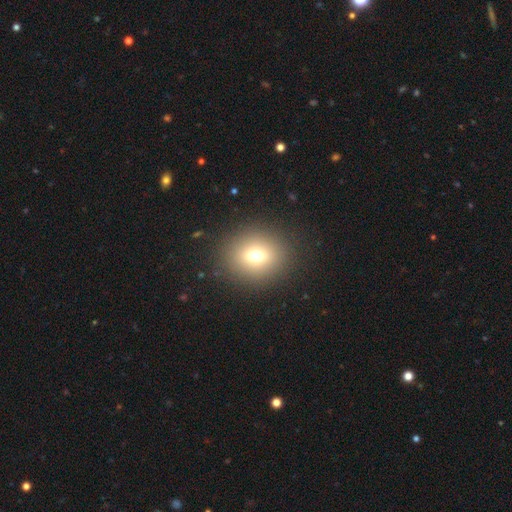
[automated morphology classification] Overall: smooth (71%). How rounded: round (74%). Merging: none (89%).